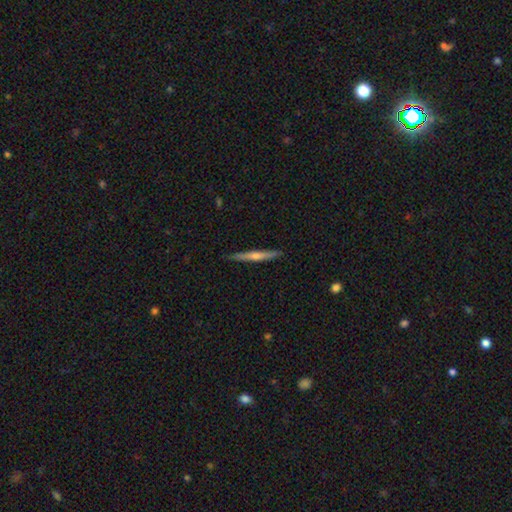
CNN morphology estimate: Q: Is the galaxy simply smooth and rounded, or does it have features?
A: featured or disk — 67%.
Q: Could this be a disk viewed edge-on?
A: yes — 98%.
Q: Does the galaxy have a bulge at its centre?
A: rounded — 77%.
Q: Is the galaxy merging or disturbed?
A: none — 91%.